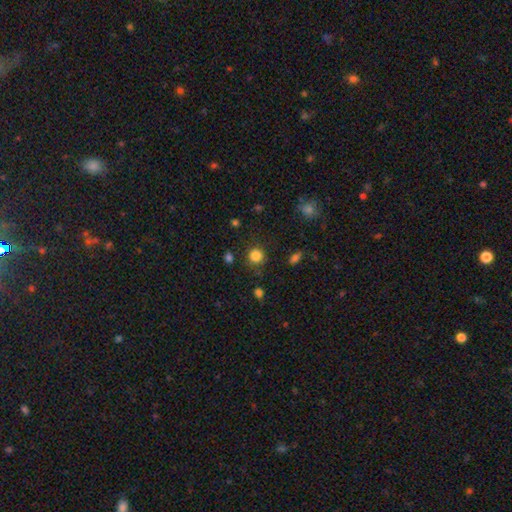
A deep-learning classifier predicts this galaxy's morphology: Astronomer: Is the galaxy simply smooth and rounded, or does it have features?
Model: smooth — 83%.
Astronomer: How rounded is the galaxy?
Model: round — 91%.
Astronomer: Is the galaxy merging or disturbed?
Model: none — 83%.